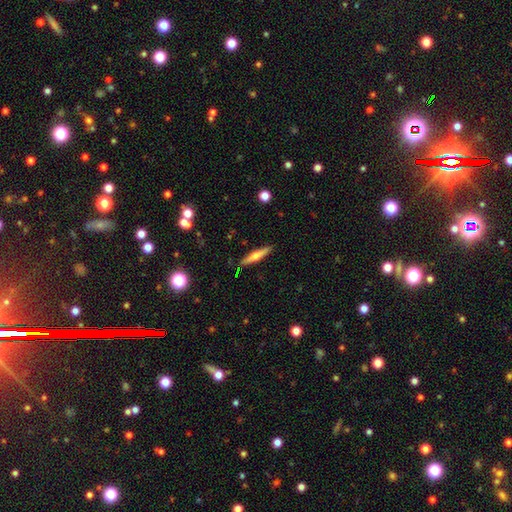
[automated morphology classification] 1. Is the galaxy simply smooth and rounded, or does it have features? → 55% featured or disk, 39% smooth, 6% star or artifact.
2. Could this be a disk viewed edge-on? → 95% yes, 5% no.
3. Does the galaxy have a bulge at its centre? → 89% rounded, 7% none, 4% boxy.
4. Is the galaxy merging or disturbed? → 90% none, 7% minor disturbance, 2% major disturbance, 1% merger.